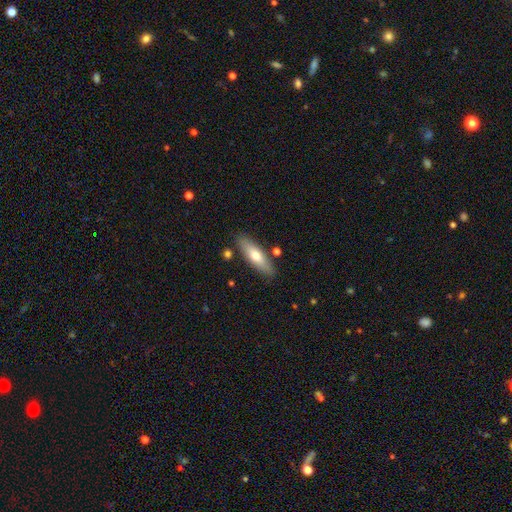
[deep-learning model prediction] The model was most divided on "how rounded": cigar-shaped: 57%, in between: 41%, round: 2%. More confident: merging — none (84%); smooth or featured — smooth (63%).